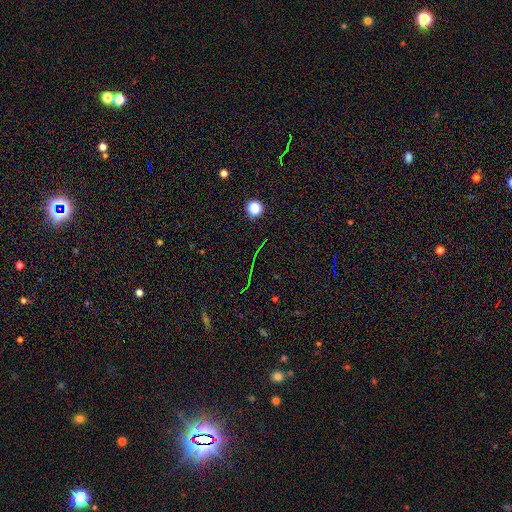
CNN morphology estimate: Smooth or featured?
  - star or artifact: 78% *
  - smooth: 14%
  - featured or disk: 8%